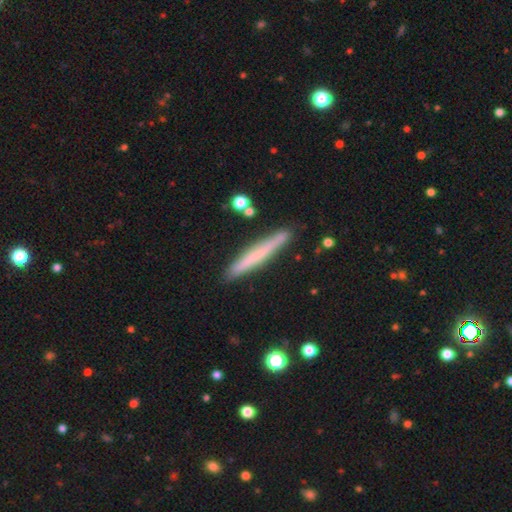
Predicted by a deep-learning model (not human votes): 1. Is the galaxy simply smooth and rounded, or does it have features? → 59% smooth, 35% featured or disk, 6% star or artifact.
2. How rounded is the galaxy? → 96% cigar-shaped, 3% in between, 1% round.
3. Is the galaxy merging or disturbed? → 87% none, 9% minor disturbance, 2% merger, 2% major disturbance.